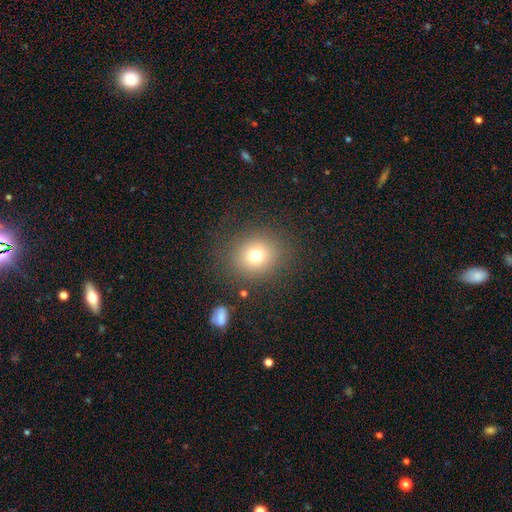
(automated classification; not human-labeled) This appears to be a smooth galaxy with no disk features (74%) that is round (77%). Merging: none (83%).